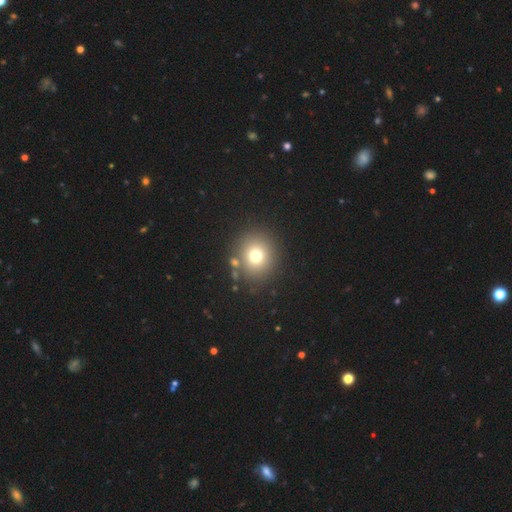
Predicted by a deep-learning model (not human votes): smooth 73%, star or artifact 16%, featured or disk 11%. Down the decision tree: how rounded — round (84%); merging — none (83%).